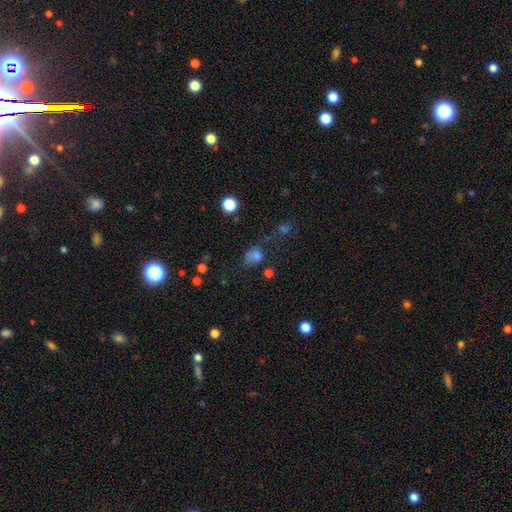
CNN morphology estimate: smooth-or-featured: smooth: 72% | star or artifact: 18% | featured or disk: 10%
  how-rounded: round: 51% | in between: 48% | cigar-shaped: 1%
  merging: none: 46% | minor disturbance: 27% | major disturbance: 19% | merger: 9%